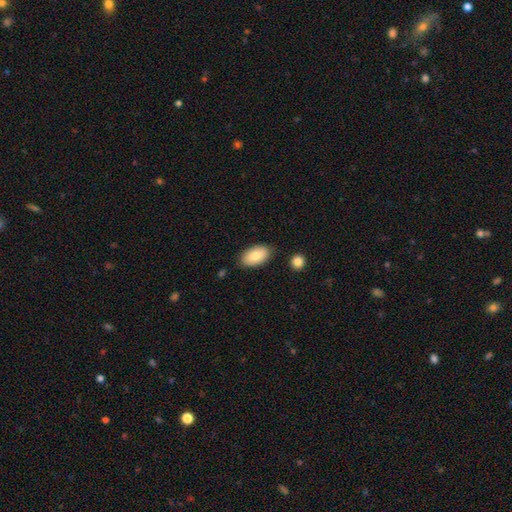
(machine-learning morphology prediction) A smooth galaxy with no disk features (83%) that is in between round and cigar-shaped (94%). Merging: none (83%).